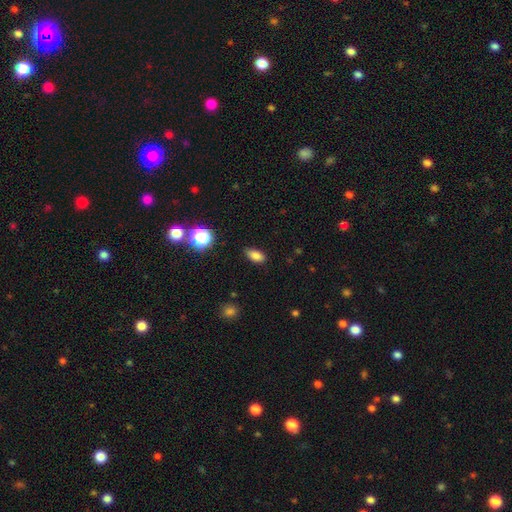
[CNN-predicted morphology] type=smooth (82%); roundness=in between (88%); merging=none (85%).